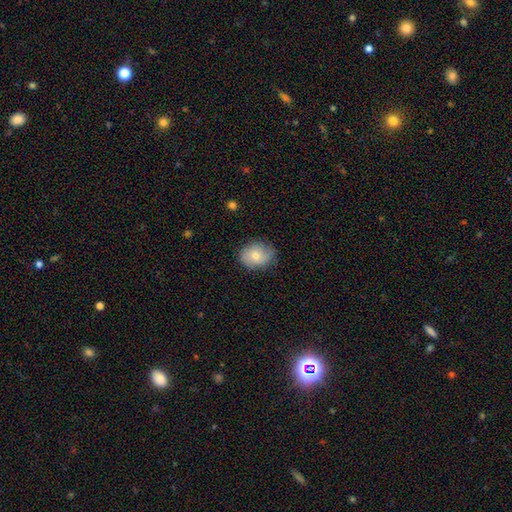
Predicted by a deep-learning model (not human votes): A smooth galaxy with no disk features (70%) that is round (53%).

Vote fractions:
- Smooth or featured? smooth: 70% / featured or disk: 22% / star or artifact: 8%
- How rounded? round: 53% / in between: 46% / cigar-shaped: 1%
- Merging? none: 78% / minor disturbance: 17% / major disturbance: 4% / merger: 1%